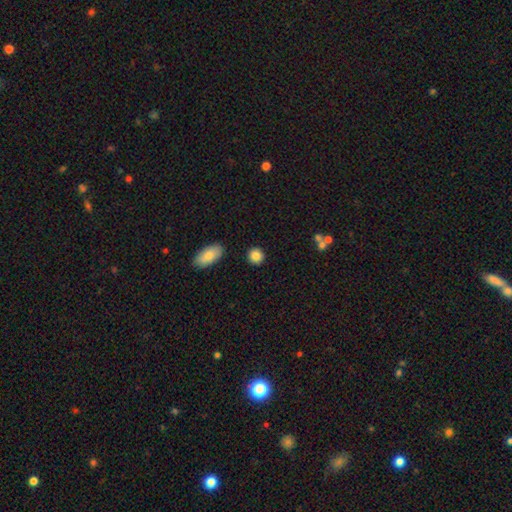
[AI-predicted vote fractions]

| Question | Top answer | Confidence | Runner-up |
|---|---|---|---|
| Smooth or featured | smooth | 85% | star or artifact (9%) |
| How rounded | round | 88% | in between (11%) |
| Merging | none | 89% | minor disturbance (6%) |